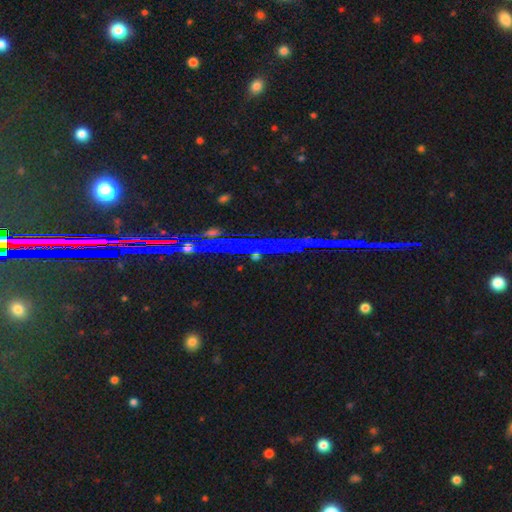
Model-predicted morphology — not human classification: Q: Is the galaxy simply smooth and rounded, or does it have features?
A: star or artifact — 86%.